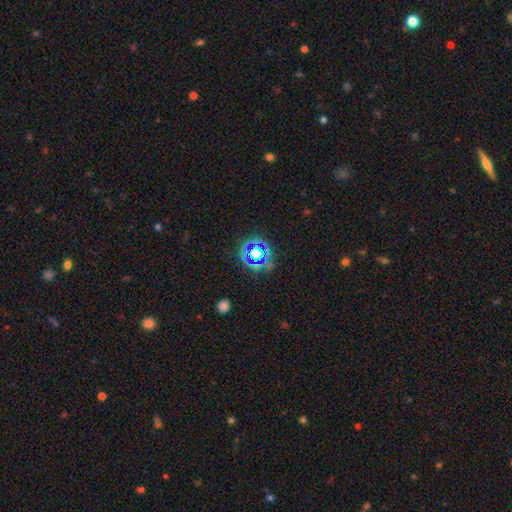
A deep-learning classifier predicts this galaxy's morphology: smooth-or-featured: star or artifact: 58% | smooth: 30% | featured or disk: 12%